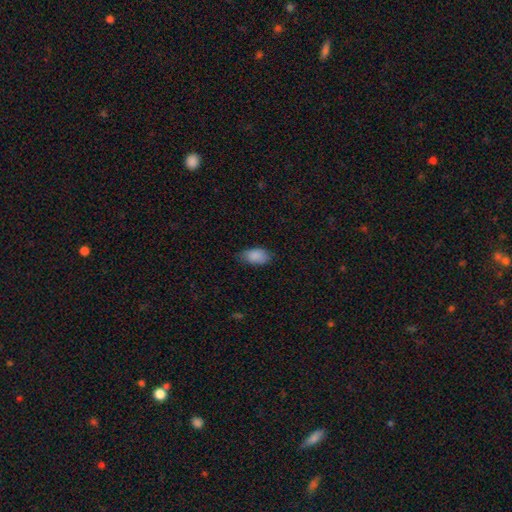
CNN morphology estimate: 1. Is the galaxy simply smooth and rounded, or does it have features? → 87% smooth, 8% star or artifact, 6% featured or disk.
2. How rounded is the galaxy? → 92% in between, 5% round, 2% cigar-shaped.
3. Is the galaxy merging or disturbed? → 66% none, 27% minor disturbance, 6% major disturbance, 1% merger.